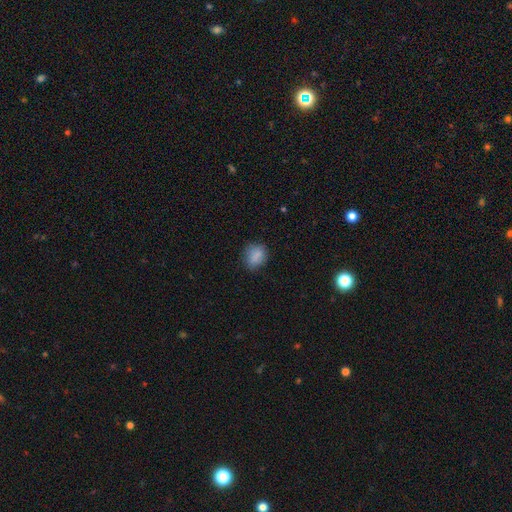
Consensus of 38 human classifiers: A smooth galaxy with no disk features (87%) that is round (61%).

Vote fractions:
- Smooth or featured? smooth: 87% / star or artifact: 8% / featured or disk: 5%
- How rounded? round: 61% / in between: 39% / cigar-shaped: 0%
- Merging? none: 83% / minor disturbance: 14% / major disturbance: 3% / merger: 0%